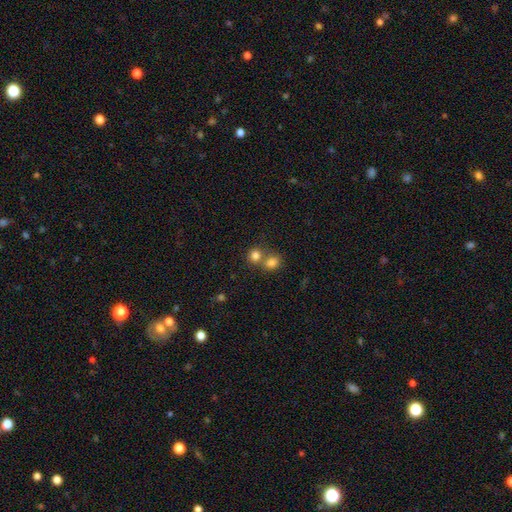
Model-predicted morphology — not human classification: smooth-or-featured: smooth: 81% | star or artifact: 12% | featured or disk: 8%
  how-rounded: round: 77% | in between: 22% | cigar-shaped: 1%
  merging: merger: 47% | none: 44% | minor disturbance: 6% | major disturbance: 3%